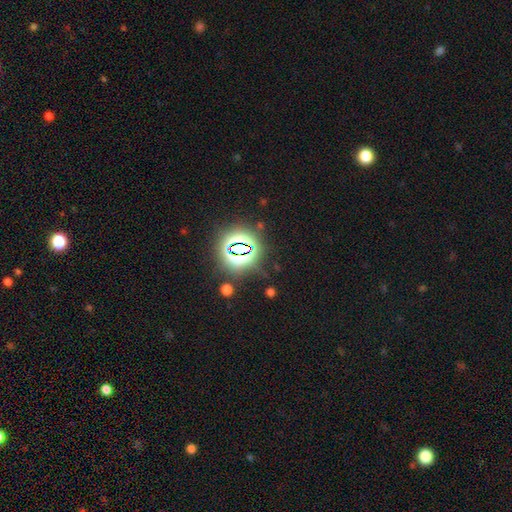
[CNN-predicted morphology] A star or artifact, not a galaxy (79%).

Vote fractions:
- Smooth or featured? star or artifact: 79% / smooth: 13% / featured or disk: 8%